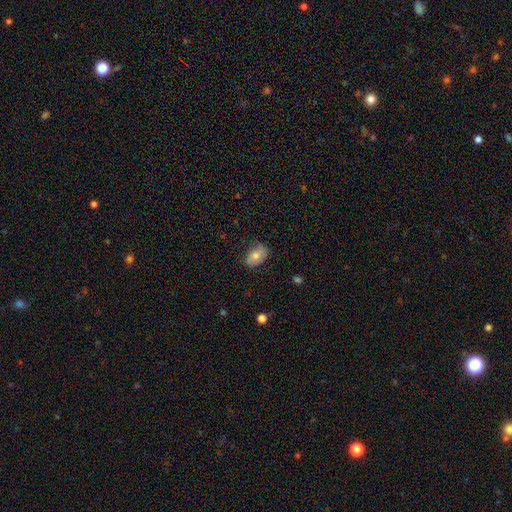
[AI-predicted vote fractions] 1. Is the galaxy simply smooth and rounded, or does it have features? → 70% smooth, 22% featured or disk, 9% star or artifact.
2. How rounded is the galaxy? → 83% in between, 16% round, 1% cigar-shaped.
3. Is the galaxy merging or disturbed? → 75% none, 20% minor disturbance, 4% major disturbance, 1% merger.